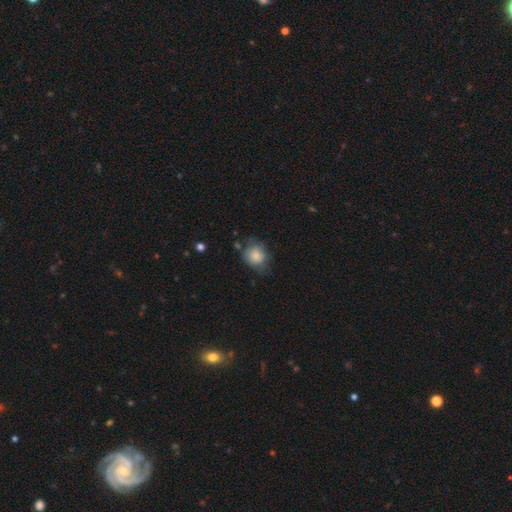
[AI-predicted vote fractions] A smooth galaxy with no disk features (79%) that is round (65%).

Vote fractions:
- Smooth or featured? smooth: 79% / featured or disk: 13% / star or artifact: 8%
- How rounded? round: 65% / in between: 34% / cigar-shaped: 1%
- Merging? none: 52% / minor disturbance: 32% / major disturbance: 13% / merger: 4%